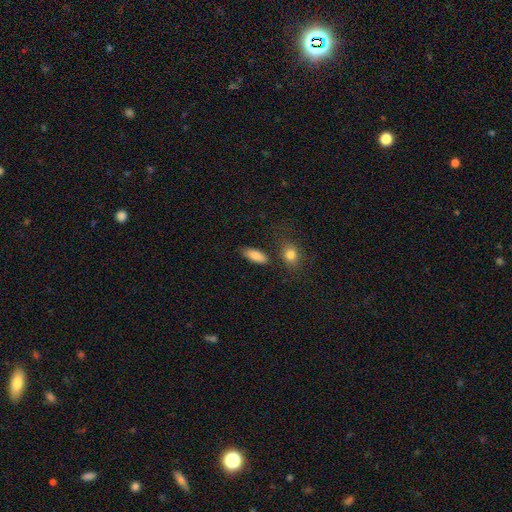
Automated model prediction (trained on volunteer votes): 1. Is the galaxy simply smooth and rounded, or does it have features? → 85% smooth, 8% featured or disk, 7% star or artifact.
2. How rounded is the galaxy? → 82% in between, 14% cigar-shaped, 4% round.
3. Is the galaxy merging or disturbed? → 76% none, 13% minor disturbance, 6% merger, 4% major disturbance.